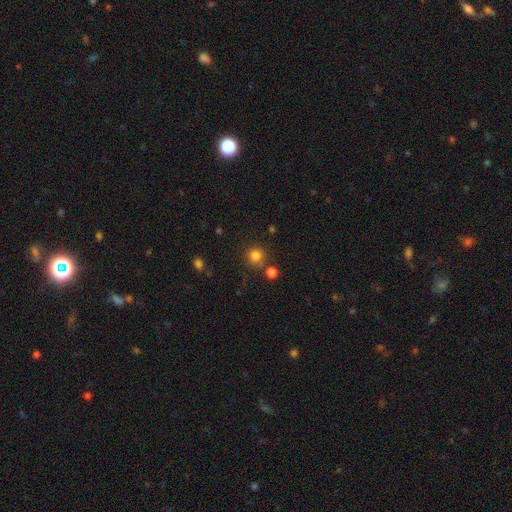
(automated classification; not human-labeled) Smooth or featured? Predicted: smooth (p=0.80). How rounded? Predicted: round (p=0.93). Merging? Predicted: none (p=0.78).